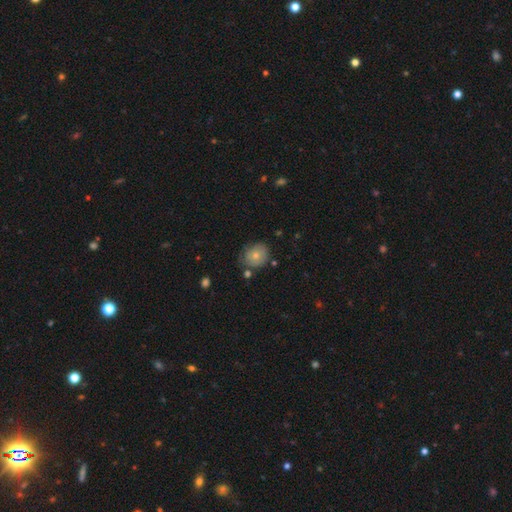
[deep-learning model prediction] This is likely a smooth galaxy (71%). How rounded: likely round (68%). Merging: likely none (65%).